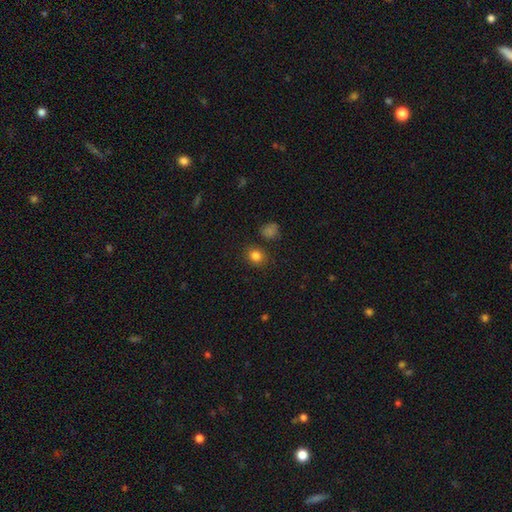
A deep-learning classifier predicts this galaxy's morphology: Smooth or featured?
  - smooth: 83% *
  - star or artifact: 12%
  - featured or disk: 5%
How rounded?
  - round: 71% *
  - in between: 28%
  - cigar-shaped: 1%
Merging?
  - none: 84% *
  - minor disturbance: 9%
  - merger: 4%
  - major disturbance: 3%